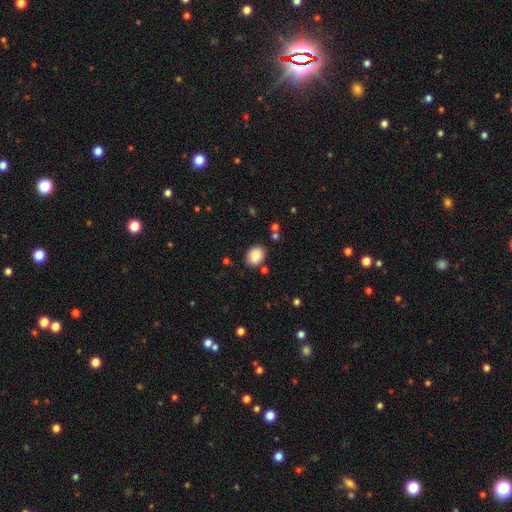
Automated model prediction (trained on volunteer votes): Smooth or featured: smooth — 88% (star or artifact — 8%)
How rounded: in between — 60% (round — 40%)
Merging: none — 80% (minor disturbance — 12%)